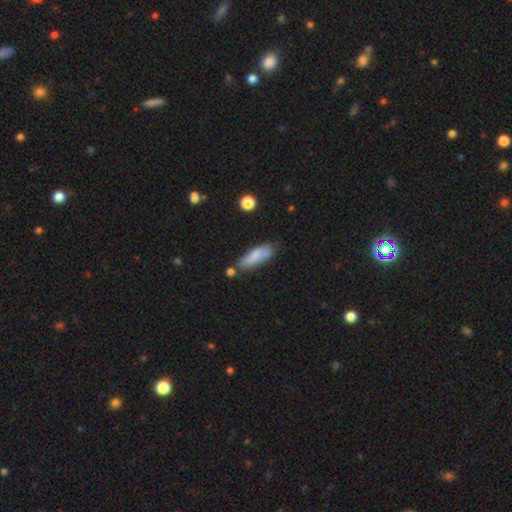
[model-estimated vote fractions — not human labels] Morphology: type=smooth (76%); roundness=in between (50%); merging=none (59%).